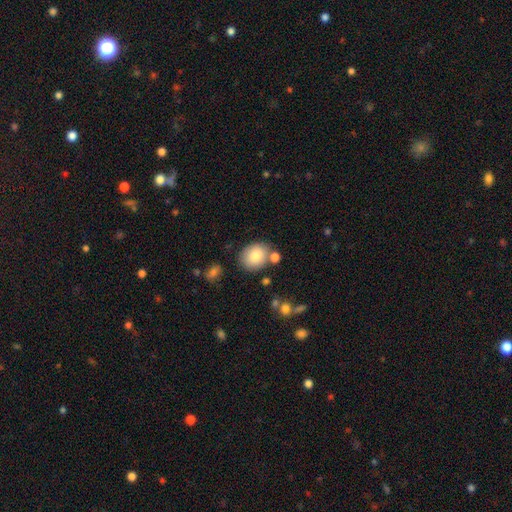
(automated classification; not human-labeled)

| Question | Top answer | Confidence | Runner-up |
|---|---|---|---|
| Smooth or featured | smooth | 82% | featured or disk (10%) |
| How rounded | round | 53% | in between (46%) |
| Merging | none | 72% | minor disturbance (14%) |